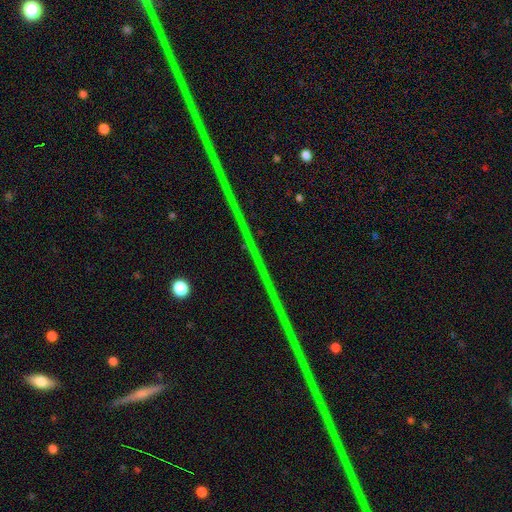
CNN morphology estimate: A star or artifact, not a galaxy (83%).

Vote fractions:
- Smooth or featured? star or artifact: 83% / featured or disk: 11% / smooth: 6%